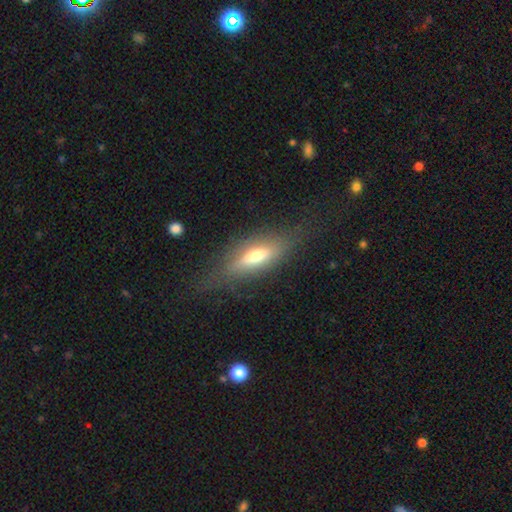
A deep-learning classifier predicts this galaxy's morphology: A smooth galaxy with no disk features (53%) that is in between round and cigar-shaped (55%). Merging: none (70%).